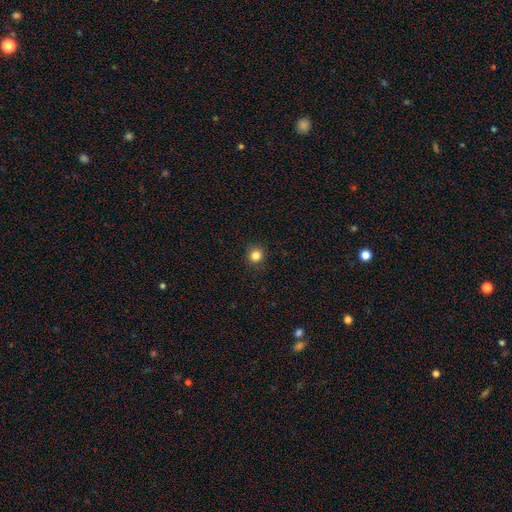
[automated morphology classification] A smooth galaxy with no disk features (84%) that is round (89%). Merging: none (90%).